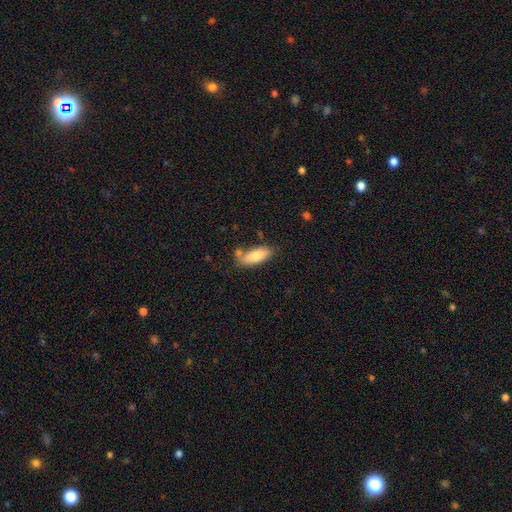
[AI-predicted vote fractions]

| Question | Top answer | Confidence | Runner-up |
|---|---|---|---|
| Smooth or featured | smooth | 77% | featured or disk (16%) |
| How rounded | in between | 68% | cigar-shaped (30%) |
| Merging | none | 70% | minor disturbance (17%) |